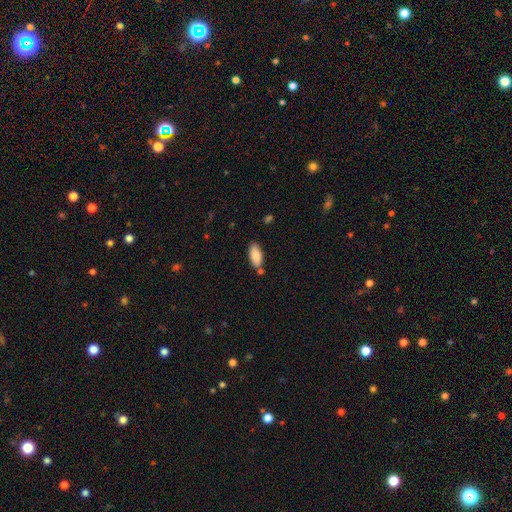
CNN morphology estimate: type=smooth (86%); roundness=in between (88%); merging=none (75%).